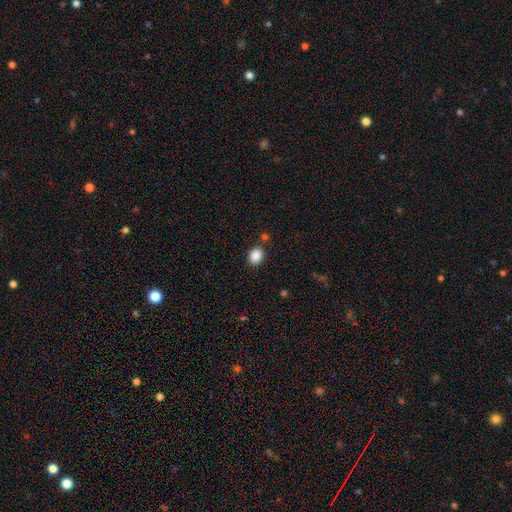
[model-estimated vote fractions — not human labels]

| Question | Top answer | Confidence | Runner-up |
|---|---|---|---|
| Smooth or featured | smooth | 88% | star or artifact (9%) |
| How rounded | in between | 54% | round (45%) |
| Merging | none | 81% | minor disturbance (10%) |